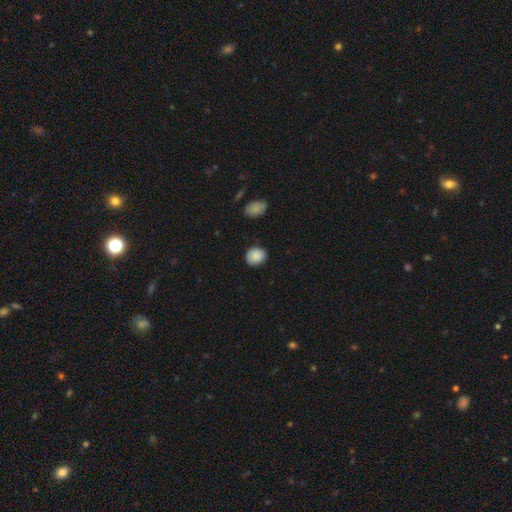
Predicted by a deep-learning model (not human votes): A smooth galaxy with no disk features (88%) that is round (67%). Merging: none (83%).